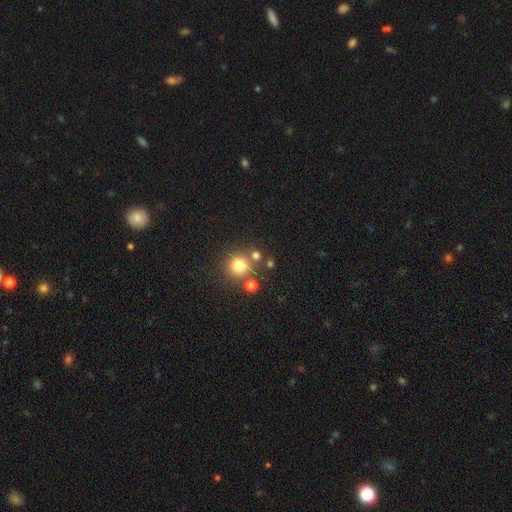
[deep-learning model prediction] The model was most divided on "smooth or featured": star or artifact: 48%, smooth: 43%, featured or disk: 9%.